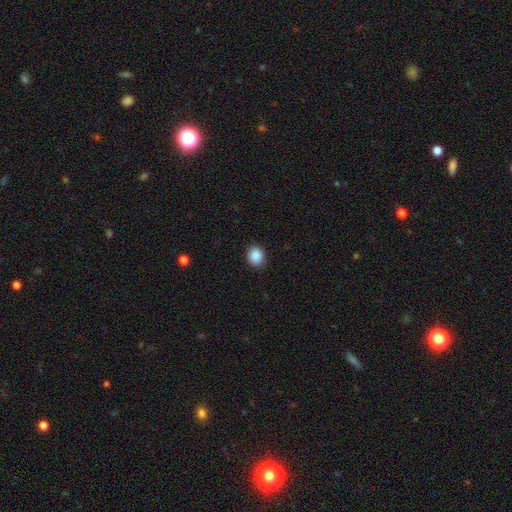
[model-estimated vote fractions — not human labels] This is clearly a smooth galaxy (89%). How rounded: likely round (65%). Merging: clearly none (90%).